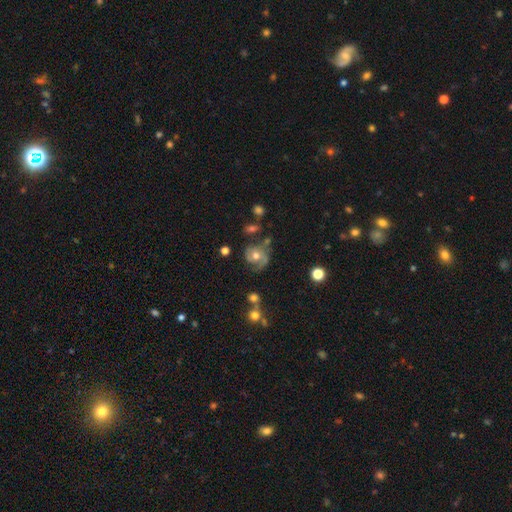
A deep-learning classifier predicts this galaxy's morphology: The model was most divided on "merging": none: 48%, minor disturbance: 24%, major disturbance: 21%, merger: 7%. More confident: edge-on disk — no (97%); spiral arms — yes (81%); bar — no (79%); bulge size — moderate (74%); smooth or featured — featured or disk (61%).